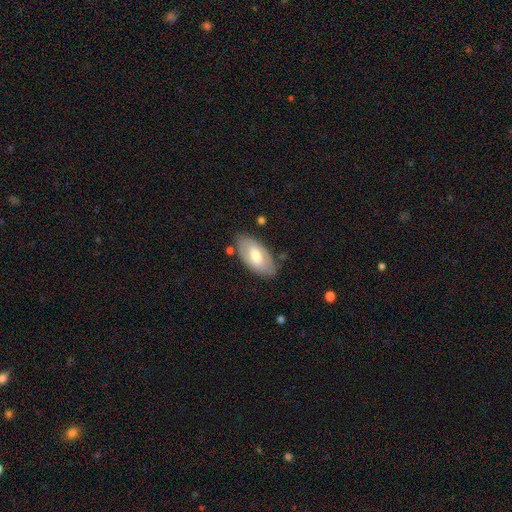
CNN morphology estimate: type=smooth (53%); roundness=in between (94%); merging=none (77%).